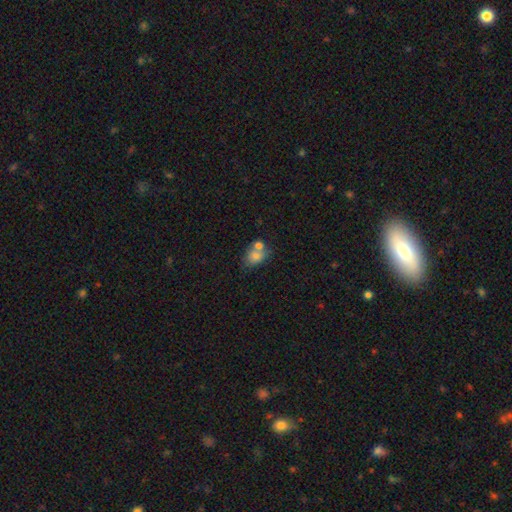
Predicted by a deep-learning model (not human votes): A smooth galaxy with no disk features (76%) that is in between round and cigar-shaped (66%). Merging: merger (46%).